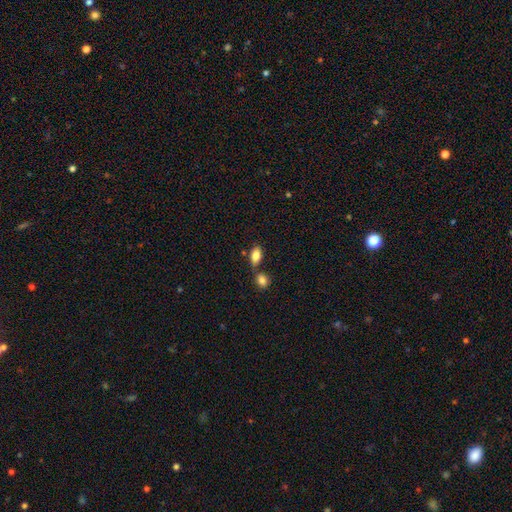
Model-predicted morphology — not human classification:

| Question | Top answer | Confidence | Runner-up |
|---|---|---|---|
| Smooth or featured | smooth | 84% | featured or disk (8%) |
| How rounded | in between | 89% | round (6%) |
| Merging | none | 59% | merger (25%) |